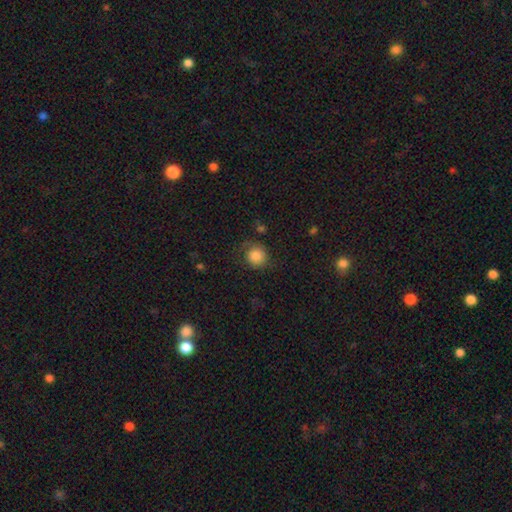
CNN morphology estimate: Smooth or featured? smooth (81%)
How rounded? round (86%)
Merging? none (67%)